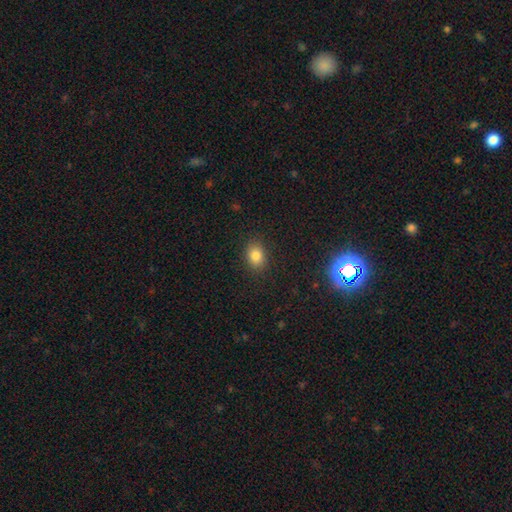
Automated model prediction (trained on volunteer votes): A smooth galaxy with no disk features (83%) that is in between round and cigar-shaped (61%).

Vote fractions:
- Smooth or featured? smooth: 83% / star or artifact: 11% / featured or disk: 6%
- How rounded? in between: 61% / round: 37% / cigar-shaped: 1%
- Merging? none: 87% / minor disturbance: 9% / major disturbance: 3% / merger: 1%